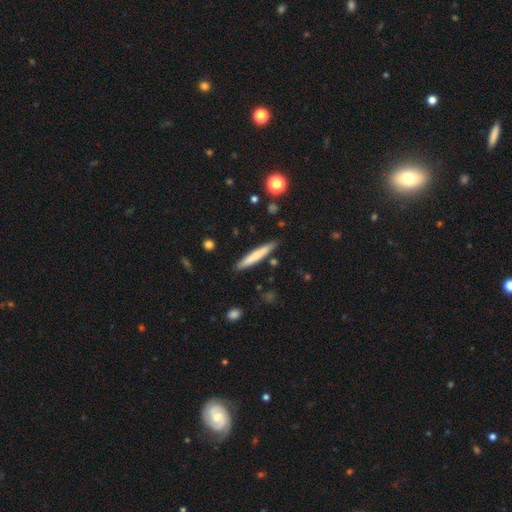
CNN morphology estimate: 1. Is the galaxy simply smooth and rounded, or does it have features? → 69% smooth, 25% featured or disk, 6% star or artifact.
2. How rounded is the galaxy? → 94% cigar-shaped, 5% in between, 1% round.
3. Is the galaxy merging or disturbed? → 86% none, 10% minor disturbance, 2% merger, 2% major disturbance.